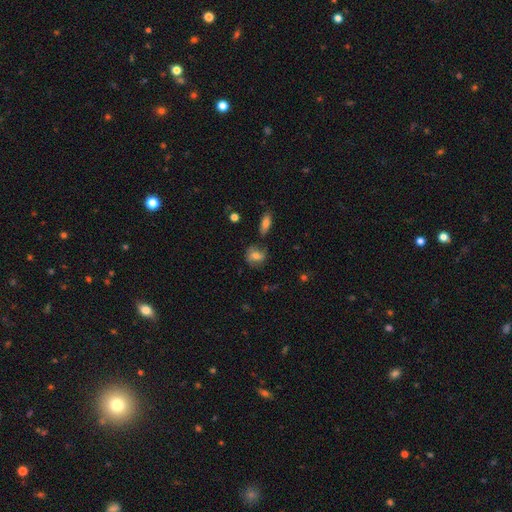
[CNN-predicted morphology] smooth_or_featured: smooth (p=0.58) [alt: featured or disk p=0.32]
how_rounded: round (p=0.55) [alt: in between p=0.42]
merging: none (p=0.64) [alt: minor disturbance p=0.21]